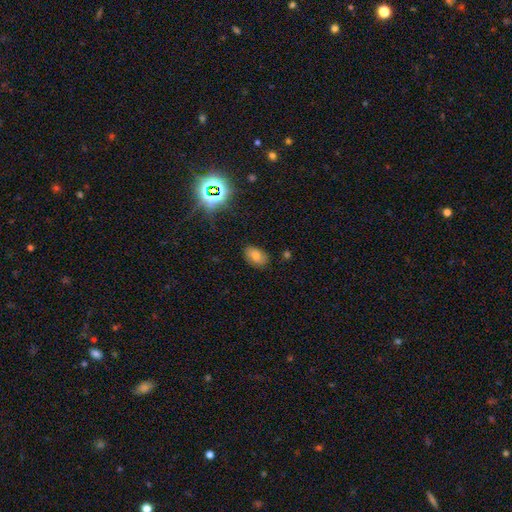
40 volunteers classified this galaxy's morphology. Smooth or featured? smooth (90%)
How rounded? in between (94%)
Merging? none (86%)